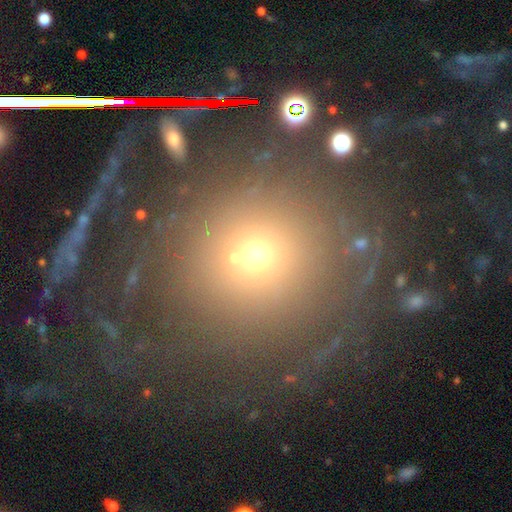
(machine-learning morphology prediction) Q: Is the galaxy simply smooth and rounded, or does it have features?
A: smooth — 51%.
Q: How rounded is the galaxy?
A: round — 91%.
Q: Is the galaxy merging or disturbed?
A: none — 72%.